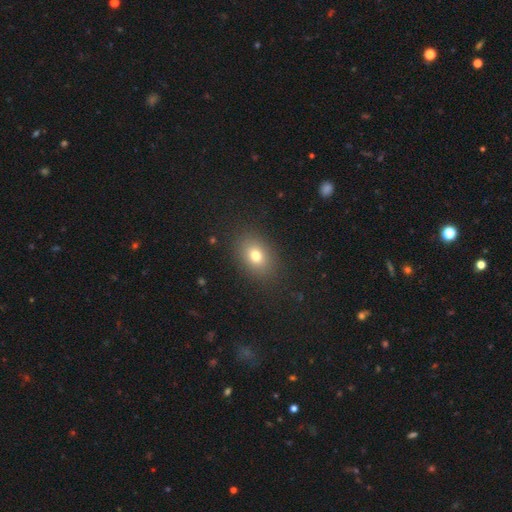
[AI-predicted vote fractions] smooth-or-featured: smooth: 76% | star or artifact: 12% | featured or disk: 12%
  how-rounded: in between: 70% | round: 29% | cigar-shaped: 1%
  merging: none: 86% | minor disturbance: 9% | major disturbance: 4% | merger: 1%